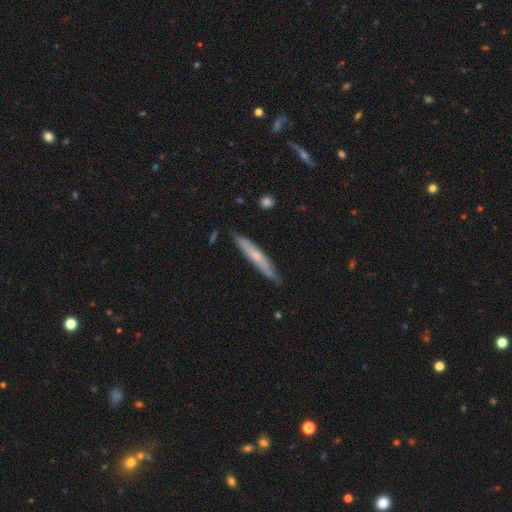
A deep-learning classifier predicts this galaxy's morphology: The model was most divided on "smooth or featured": smooth: 52%, featured or disk: 42%, star or artifact: 6%. More confident: how rounded — cigar-shaped (94%); merging — none (83%).